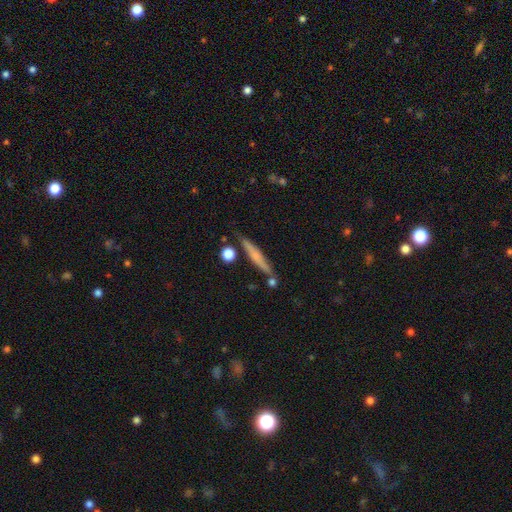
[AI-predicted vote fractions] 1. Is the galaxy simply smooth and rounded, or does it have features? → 52% smooth, 41% featured or disk, 7% star or artifact.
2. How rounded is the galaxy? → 92% cigar-shaped, 6% in between, 2% round.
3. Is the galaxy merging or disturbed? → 78% none, 13% minor disturbance, 6% merger, 3% major disturbance.